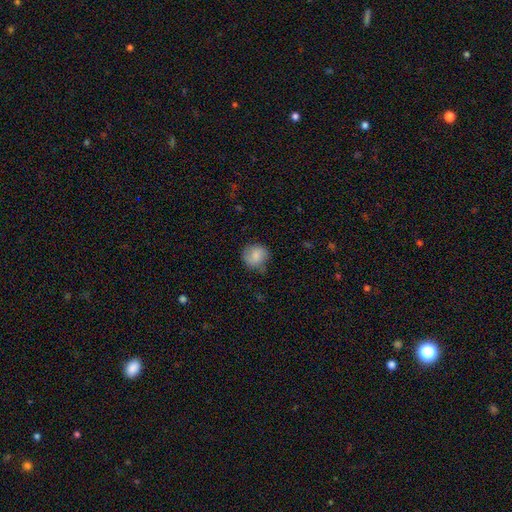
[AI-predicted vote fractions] smooth_or_featured: smooth (p=0.78) [alt: featured or disk p=0.14]
how_rounded: round (p=0.85) [alt: in between p=0.14]
merging: none (p=0.67) [alt: minor disturbance p=0.25]